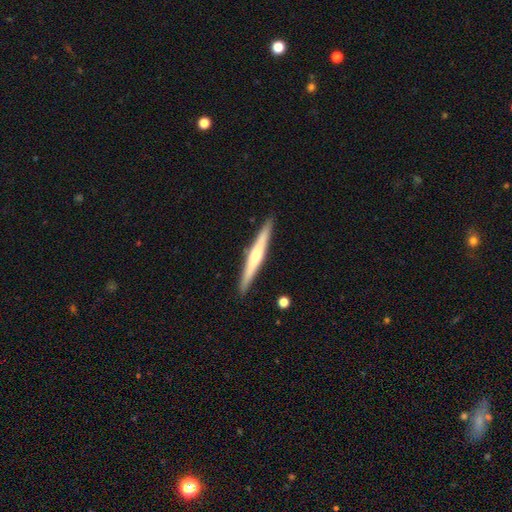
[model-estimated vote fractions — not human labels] Smooth or featured: featured or disk — 60% (smooth — 35%)
Edge-on disk: yes — 98% (no — 2%)
Edge-on bulge: rounded — 68% (none — 22%)
Merging: none — 91% (minor disturbance — 6%)